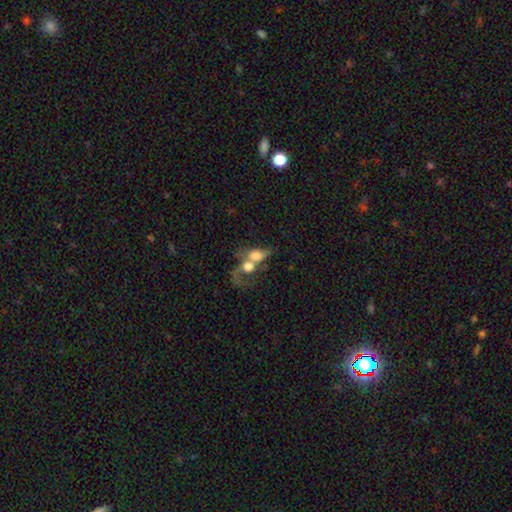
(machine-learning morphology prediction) A smooth galaxy with no disk features (55%) that is in between round and cigar-shaped (64%).

Vote fractions:
- Smooth or featured? smooth: 55% / featured or disk: 35% / star or artifact: 10%
- How rounded? in between: 64% / round: 33% / cigar-shaped: 4%
- Merging? merger: 76% / major disturbance: 12% / none: 8% / minor disturbance: 4%